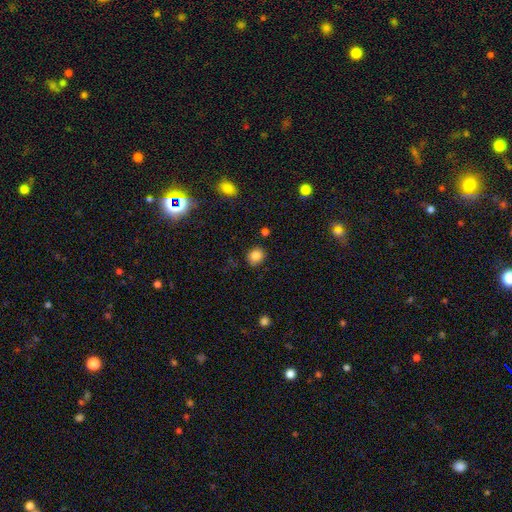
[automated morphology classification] Q: Smooth or featured?
A: smooth (84%); runner-up: star or artifact (11%)
Q: How rounded?
A: round (70%); runner-up: in between (29%)
Q: Merging?
A: none (84%); runner-up: minor disturbance (11%)